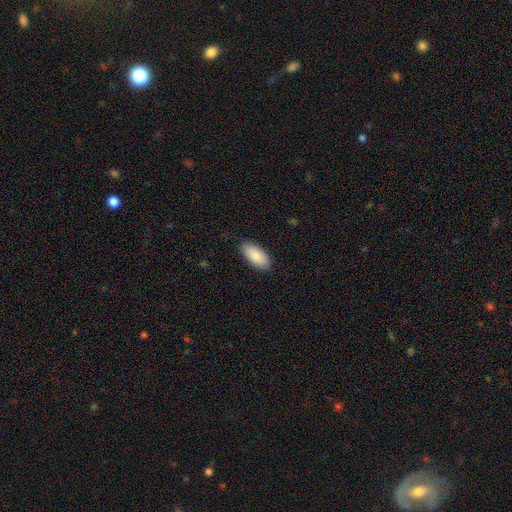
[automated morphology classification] Overall: smooth (88%). How rounded: in between (92%). Merging: none (86%).